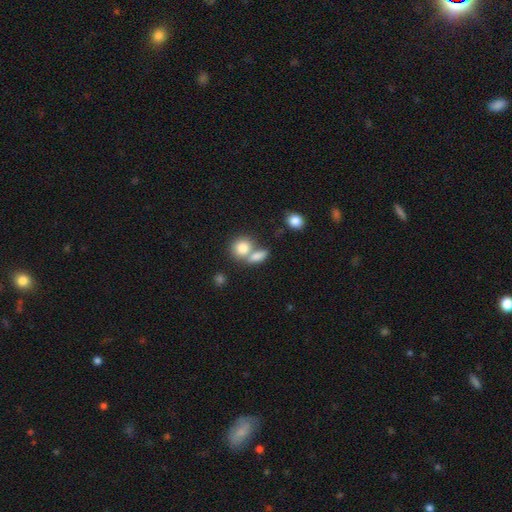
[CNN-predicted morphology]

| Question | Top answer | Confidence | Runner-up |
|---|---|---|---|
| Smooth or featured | smooth | 79% | featured or disk (10%) |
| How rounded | in between | 55% | round (40%) |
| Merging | merger | 48% | none (38%) |